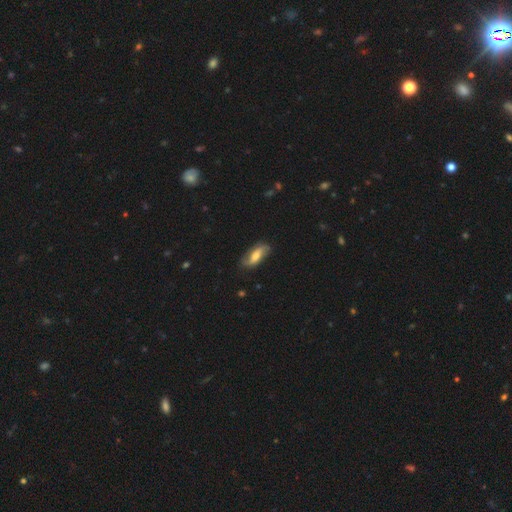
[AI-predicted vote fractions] This is possibly a featured or disk galaxy (54%). It is clearly not viewed edge-on (87%). Merging: likely none (77%).